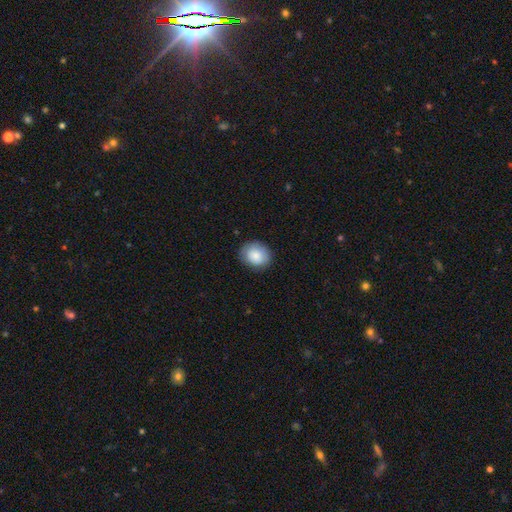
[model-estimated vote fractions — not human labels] Smooth or featured? smooth (82%)
How rounded? round (62%)
Merging? none (82%)